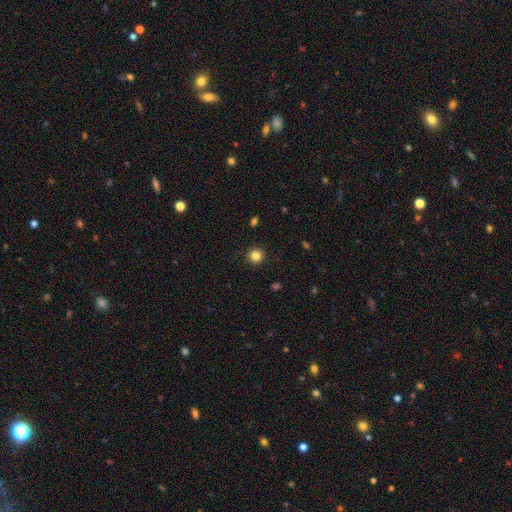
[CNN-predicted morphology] A smooth galaxy with no disk features (84%) that is round (95%). Merging: none (92%).